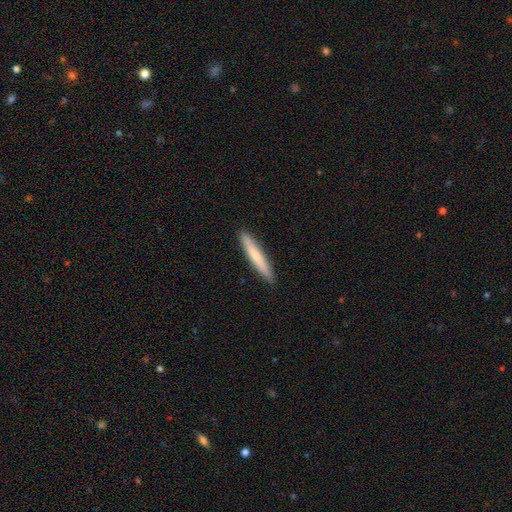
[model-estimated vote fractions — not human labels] Morphology: type=smooth (63%); roundness=cigar-shaped (94%); merging=none (91%).